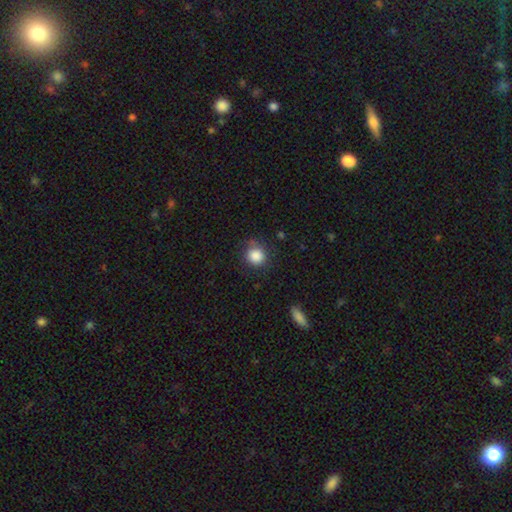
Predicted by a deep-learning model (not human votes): A smooth galaxy with no disk features (86%) that is round (88%).

Vote fractions:
- Smooth or featured? smooth: 86% / star or artifact: 9% / featured or disk: 4%
- How rounded? round: 88% / in between: 11% / cigar-shaped: 1%
- Merging? none: 77% / minor disturbance: 16% / major disturbance: 5% / merger: 2%